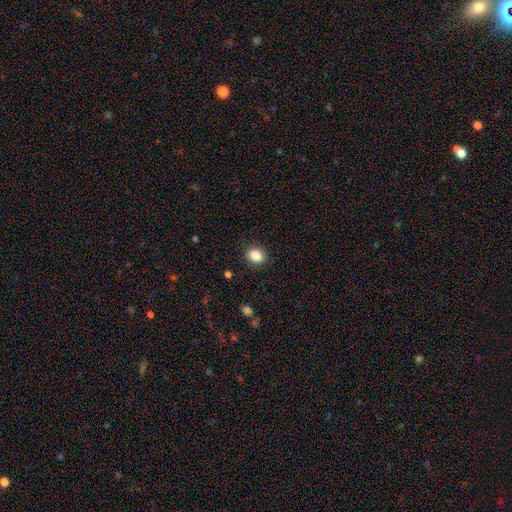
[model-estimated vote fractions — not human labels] smooth 86%, star or artifact 9%, featured or disk 5%. Down the decision tree: how rounded — in between (55%); merging — none (87%).